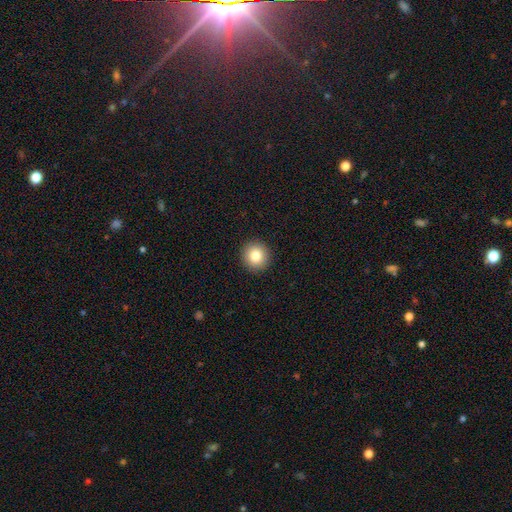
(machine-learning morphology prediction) smooth_or_featured: smooth (p=0.82) [alt: star or artifact p=0.10]
how_rounded: round (p=0.94) [alt: in between p=0.05]
merging: none (p=0.93) [alt: minor disturbance p=0.04]